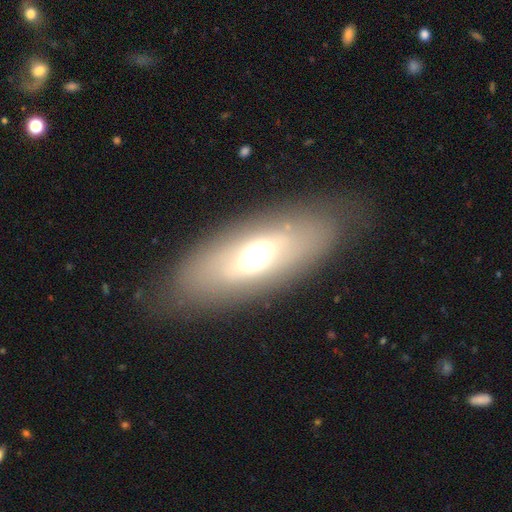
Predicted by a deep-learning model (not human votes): This appears to be a smooth galaxy with no disk features (48%). Merging: none (80%).